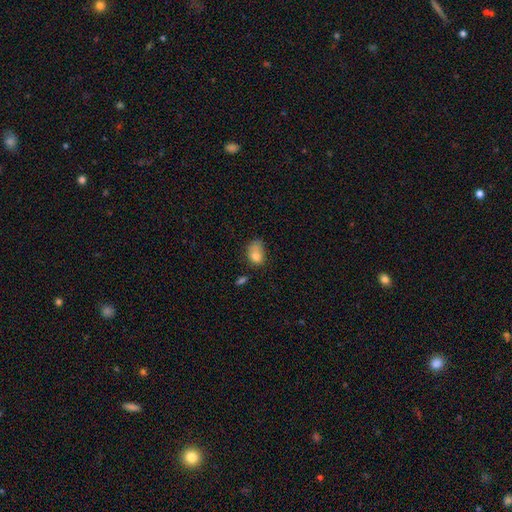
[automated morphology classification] Smooth or featured?
  - smooth: 77% *
  - featured or disk: 13%
  - star or artifact: 11%
How rounded?
  - in between: 74% *
  - round: 24%
  - cigar-shaped: 1%
Merging?
  - minor disturbance: 36% *
  - none: 30%
  - major disturbance: 26%
  - merger: 8%